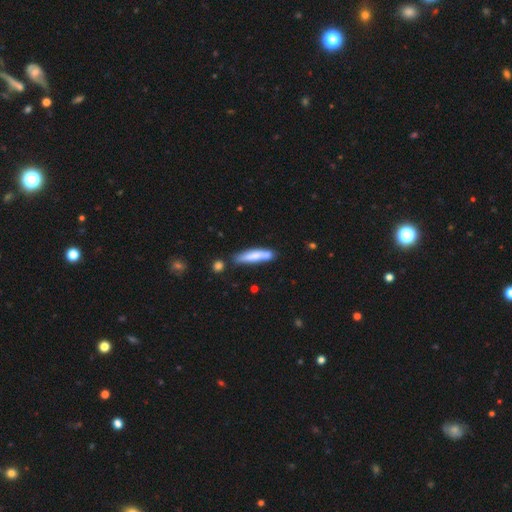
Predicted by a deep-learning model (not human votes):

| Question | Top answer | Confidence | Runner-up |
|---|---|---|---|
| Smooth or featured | smooth | 69% | featured or disk (25%) |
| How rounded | cigar-shaped | 83% | in between (15%) |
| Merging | none | 65% | minor disturbance (19%) |